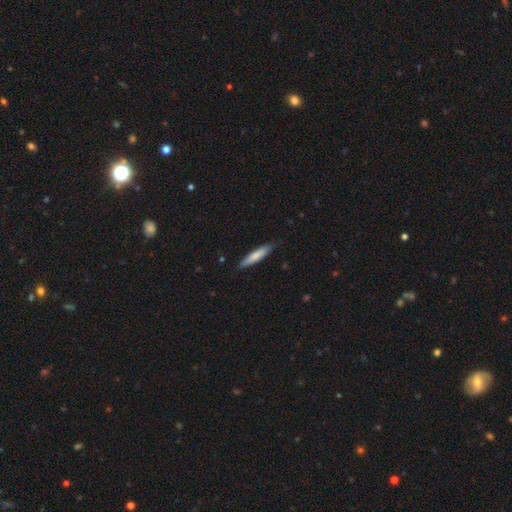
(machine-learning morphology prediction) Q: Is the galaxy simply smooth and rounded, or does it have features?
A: smooth — 76%.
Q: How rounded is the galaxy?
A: cigar-shaped — 87%.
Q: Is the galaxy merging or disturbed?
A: none — 84%.